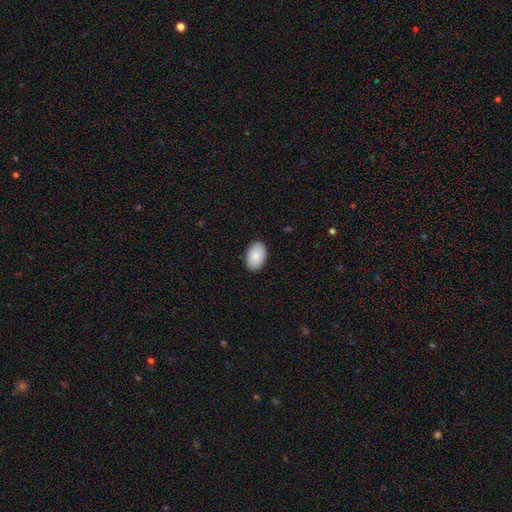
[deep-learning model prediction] Q: Smooth or featured?
A: smooth (88%); runner-up: featured or disk (6%)
Q: How rounded?
A: in between (92%); runner-up: round (7%)
Q: Merging?
A: none (89%); runner-up: minor disturbance (8%)